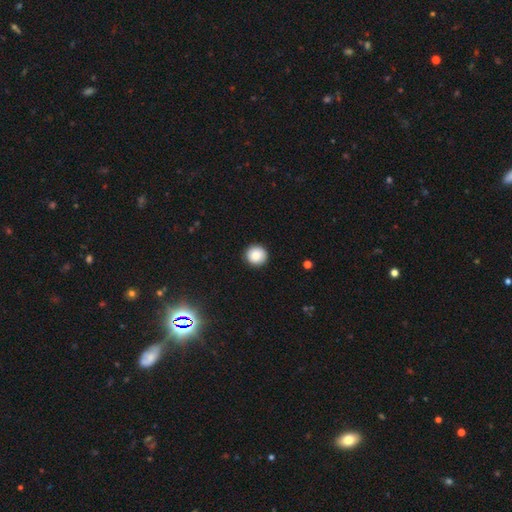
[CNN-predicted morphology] The model was most divided on "smooth or featured": smooth: 87%, star or artifact: 9%, featured or disk: 5%. More confident: how rounded — round (95%); merging — none (92%).